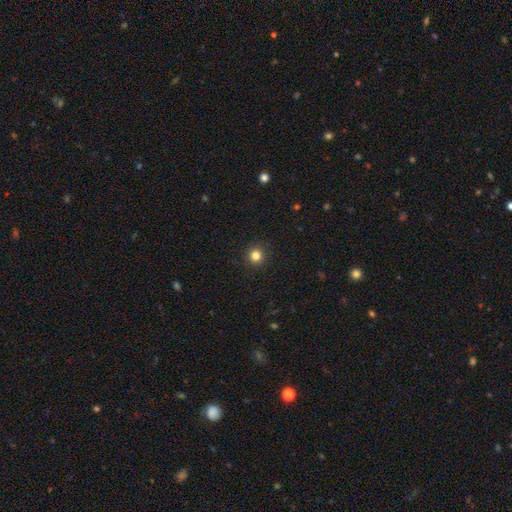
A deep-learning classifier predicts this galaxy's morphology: smooth_or_featured: smooth (p=0.83) [alt: star or artifact p=0.12]
how_rounded: round (p=0.94) [alt: in between p=0.05]
merging: none (p=0.92) [alt: minor disturbance p=0.05]